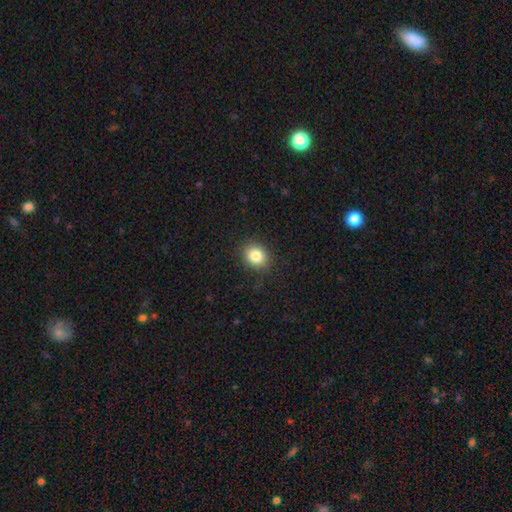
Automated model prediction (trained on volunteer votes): Q: Smooth or featured?
A: smooth (83%); runner-up: star or artifact (10%)
Q: How rounded?
A: round (60%); runner-up: in between (40%)
Q: Merging?
A: none (86%); runner-up: minor disturbance (10%)